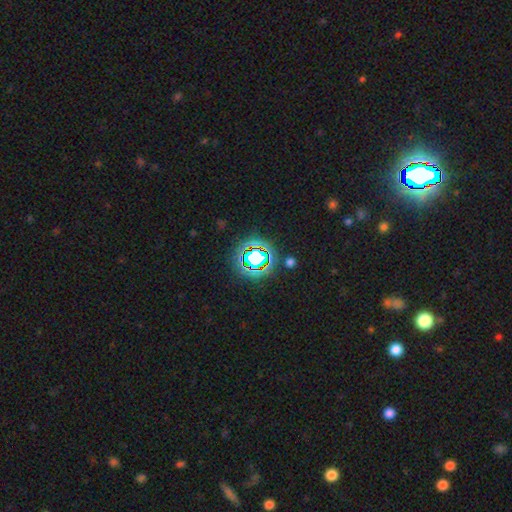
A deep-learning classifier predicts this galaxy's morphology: Smooth or featured?
  - star or artifact: 72% *
  - smooth: 19%
  - featured or disk: 9%